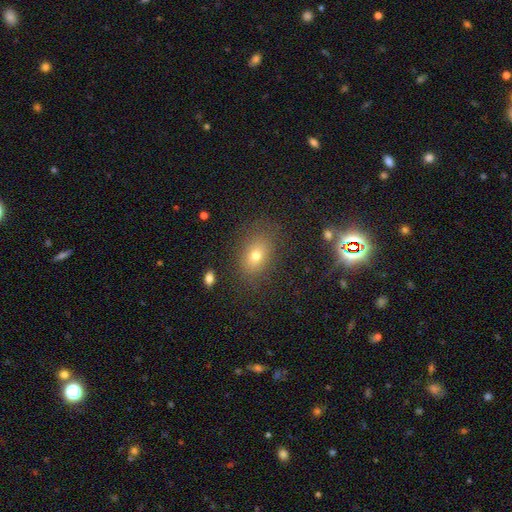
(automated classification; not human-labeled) This is likely a smooth galaxy (72%). How rounded: likely in between (72%). Merging: likely none (79%).